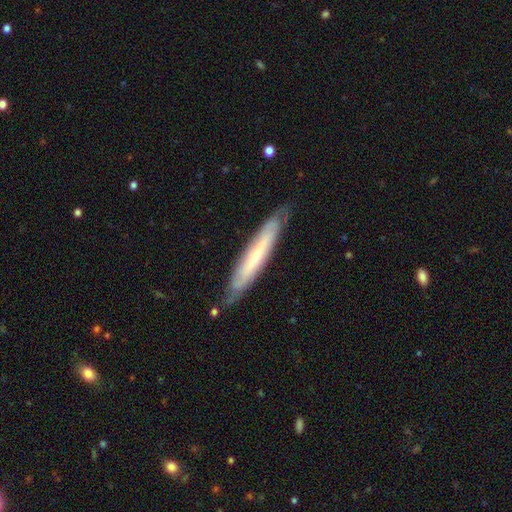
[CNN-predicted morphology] smooth_or_featured: featured or disk (p=0.56) [alt: smooth p=0.38]
disk_edge_on: yes (p=0.67) [alt: no p=0.33]
merging: none (p=0.78) [alt: minor disturbance p=0.17]